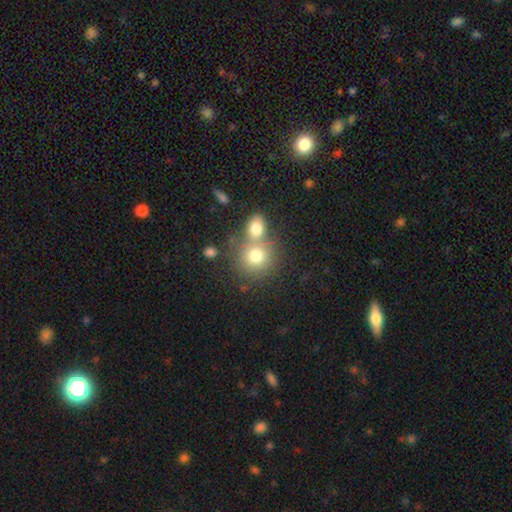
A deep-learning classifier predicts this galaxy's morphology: smooth_or_featured: smooth (p=0.75) [alt: featured or disk p=0.14]
how_rounded: round (p=0.82) [alt: in between p=0.17]
merging: none (p=0.46) [alt: merger p=0.41]